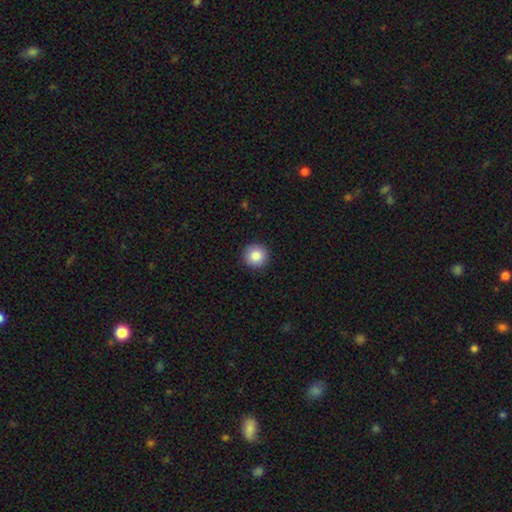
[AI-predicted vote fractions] Smooth or featured?
  - smooth: 86% *
  - star or artifact: 9%
  - featured or disk: 5%
How rounded?
  - round: 95% *
  - in between: 4%
  - cigar-shaped: 1%
Merging?
  - none: 93% *
  - minor disturbance: 5%
  - major disturbance: 2%
  - merger: 1%